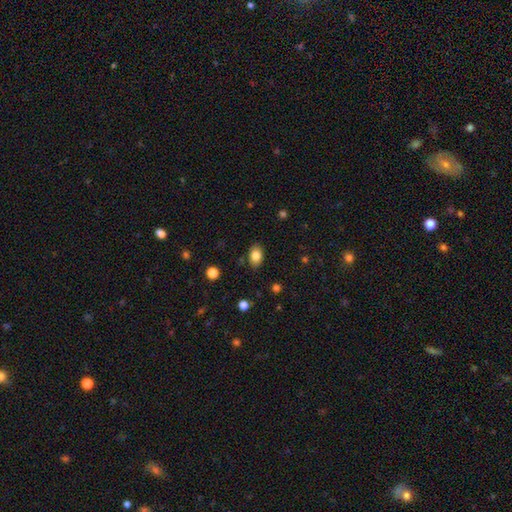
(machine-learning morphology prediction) smooth_or_featured: smooth (p=0.83) [alt: star or artifact p=0.09]
how_rounded: in between (p=0.84) [alt: round p=0.15]
merging: none (p=0.85) [alt: minor disturbance p=0.11]